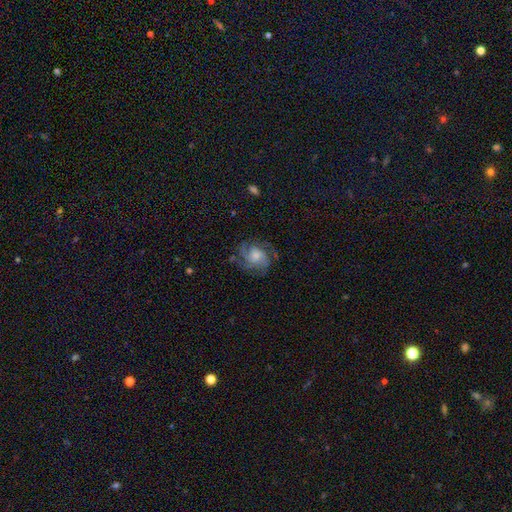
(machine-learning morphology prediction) Smooth or featured? Predicted: featured or disk (p=0.76). Edge-on disk? Predicted: no (p=0.98). Bar? Predicted: no (p=0.71). Spiral arms? Predicted: yes (p=0.95). Spiral winding? Predicted: medium (p=0.44). Spiral arm count? Predicted: 3 (p=0.36). Bulge size? Predicted: moderate (p=0.41). Merging? Predicted: none (p=0.69).